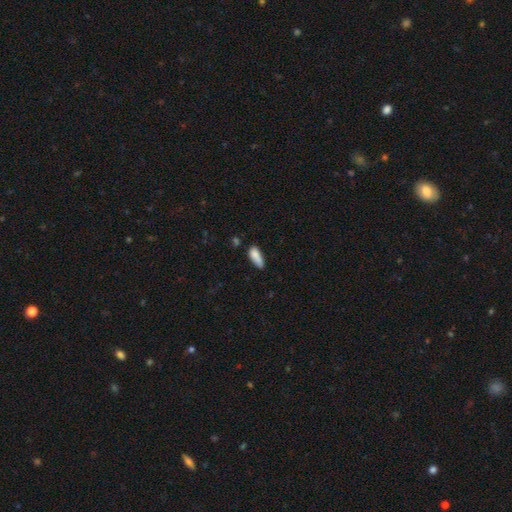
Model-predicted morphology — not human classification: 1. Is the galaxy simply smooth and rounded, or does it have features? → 83% smooth, 9% featured or disk, 8% star or artifact.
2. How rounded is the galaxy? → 68% in between, 30% cigar-shaped, 2% round.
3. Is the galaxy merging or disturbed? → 52% none, 32% minor disturbance, 8% major disturbance, 7% merger.